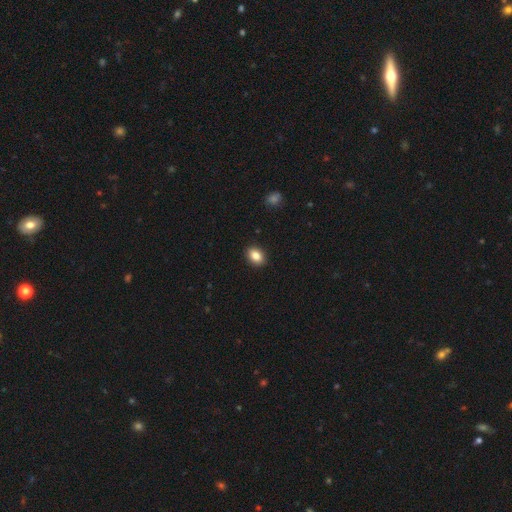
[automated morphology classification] Smooth or featured?
  - smooth: 86% *
  - star or artifact: 9%
  - featured or disk: 5%
How rounded?
  - in between: 76% *
  - round: 23%
  - cigar-shaped: 1%
Merging?
  - none: 91% *
  - minor disturbance: 7%
  - major disturbance: 2%
  - merger: 1%